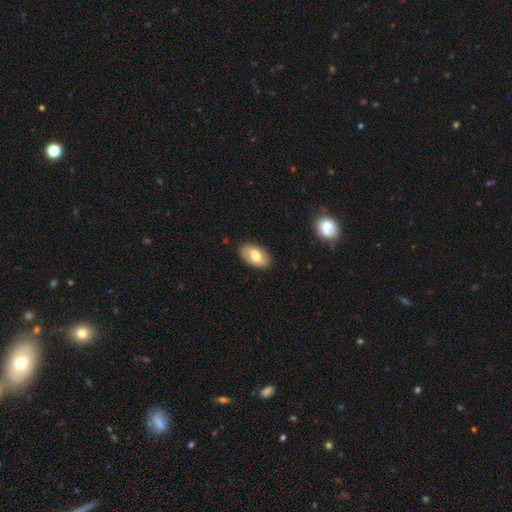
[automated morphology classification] Q: Smooth or featured?
A: smooth (71%); runner-up: featured or disk (22%)
Q: How rounded?
A: in between (94%); runner-up: round (4%)
Q: Merging?
A: none (86%); runner-up: minor disturbance (10%)